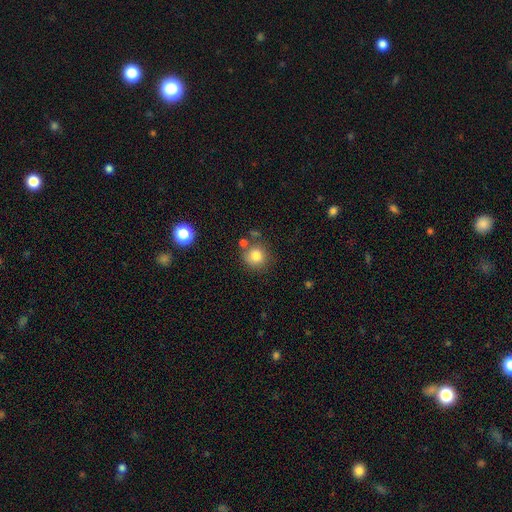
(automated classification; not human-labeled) Smooth or featured: smooth — 81% (star or artifact — 11%)
How rounded: round — 90% (in between — 10%)
Merging: none — 70% (minor disturbance — 14%)